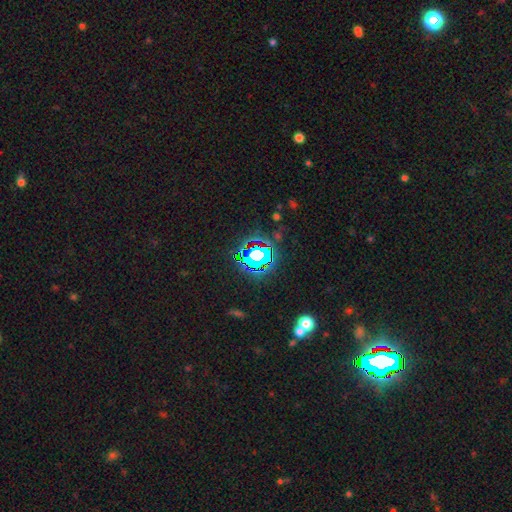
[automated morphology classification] type=star or artifact (67%).